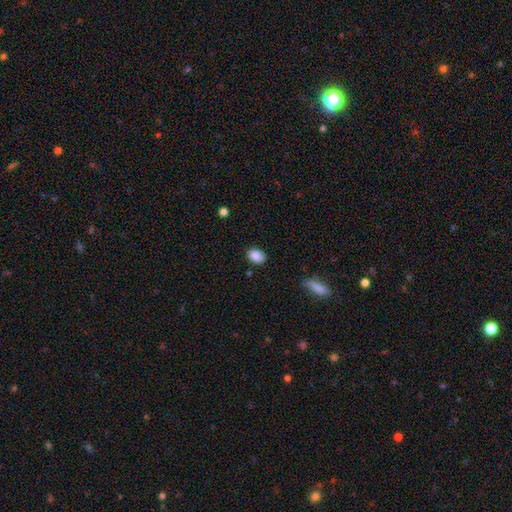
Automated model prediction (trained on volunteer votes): Smooth or featured? Predicted: smooth (p=0.87). How rounded? Predicted: in between (p=0.72). Merging? Predicted: none (p=0.81).